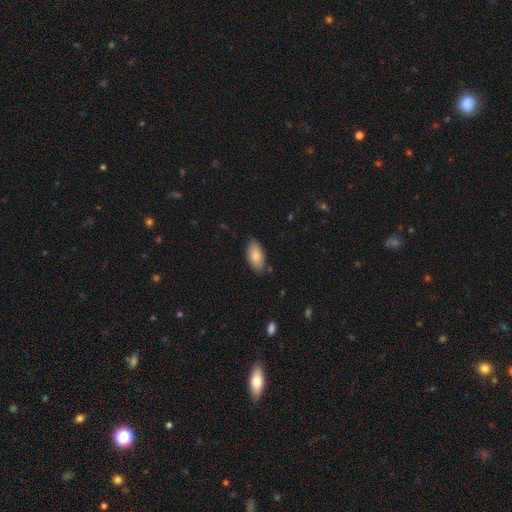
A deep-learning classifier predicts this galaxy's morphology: Overall: smooth (83%). How rounded: in between (93%). Merging: none (79%).